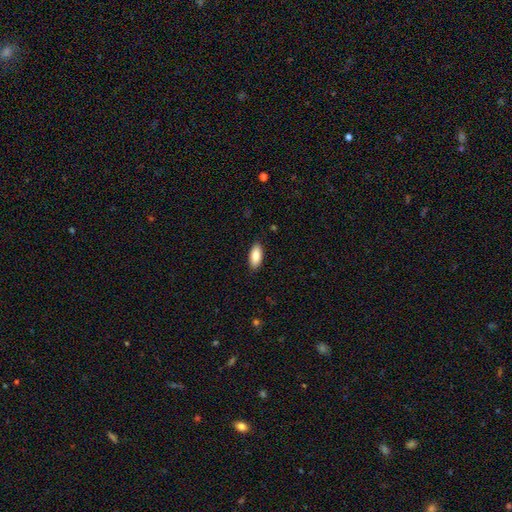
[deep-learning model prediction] Smooth or featured?
  - smooth: 86% *
  - featured or disk: 8%
  - star or artifact: 6%
How rounded?
  - in between: 87% *
  - cigar-shaped: 11%
  - round: 2%
Merging?
  - none: 88% *
  - minor disturbance: 9%
  - major disturbance: 2%
  - merger: 1%